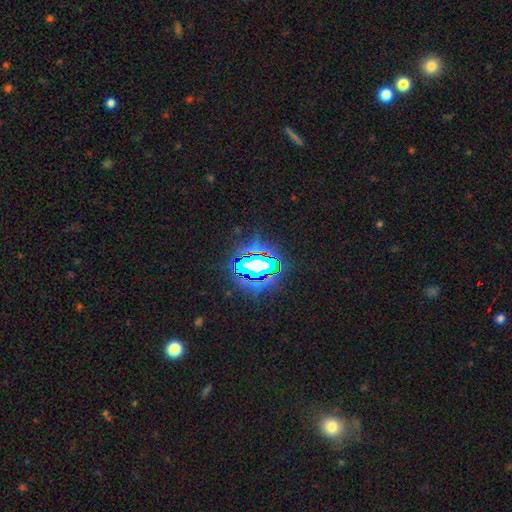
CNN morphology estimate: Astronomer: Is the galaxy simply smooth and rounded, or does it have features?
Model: star or artifact — 74%.